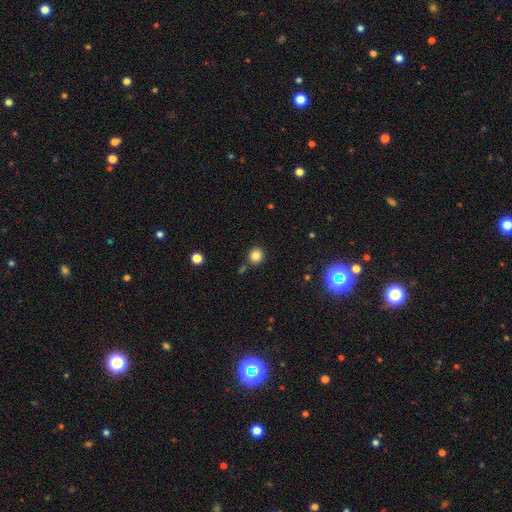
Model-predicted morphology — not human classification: type=smooth (83%); roundness=round (92%); merging=none (85%).